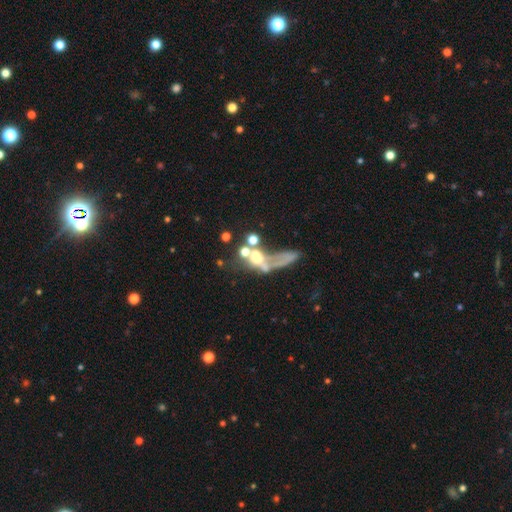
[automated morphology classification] A featured or disk galaxy (43%).

Vote fractions:
- Smooth or featured? featured or disk: 43% / smooth: 35% / star or artifact: 22%
- Merging? merger: 42% / major disturbance: 33% / none: 17% / minor disturbance: 9%